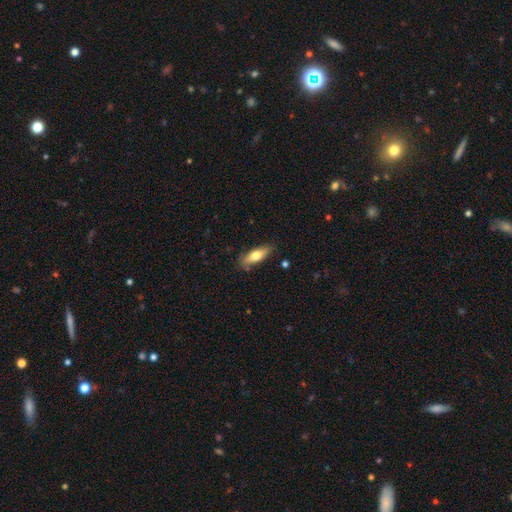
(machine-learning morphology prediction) This appears to be a smooth galaxy with no disk features (68%) that is in between round and cigar-shaped (60%). Merging: none (81%).